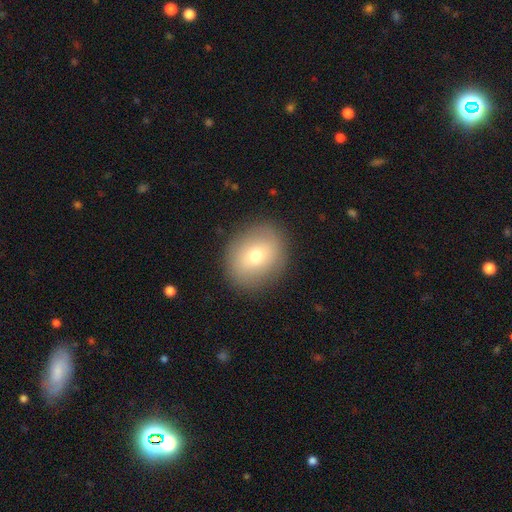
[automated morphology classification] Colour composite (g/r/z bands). It shows a smooth galaxy with no disk features (71%) that is round (63%). Merging: none (87%).